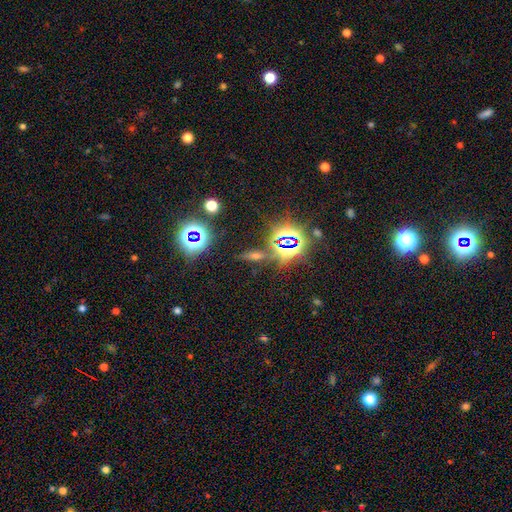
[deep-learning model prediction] Smooth or featured? Predicted: star or artifact (p=0.51).